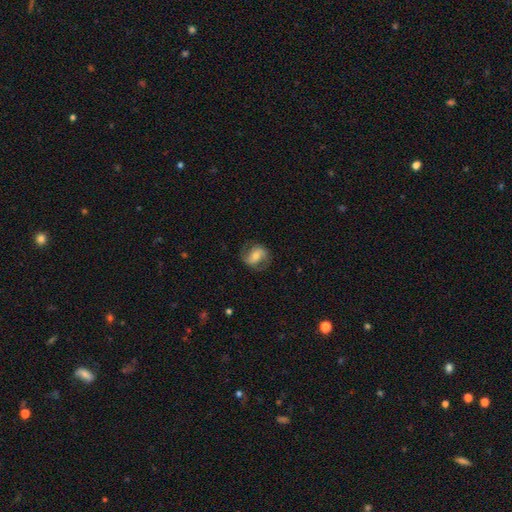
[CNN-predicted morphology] A featured or disk galaxy (63%) with a weak bar (39%), 2 (86%) medium (48%) spiral arms (86%) and a moderate central bulge (56%).

Vote fractions:
- Smooth or featured? featured or disk: 63% / smooth: 29% / star or artifact: 7%
- Edge-on disk? no: 96% / yes: 4%
- Bar? weak: 39% / no: 33% / strong: 28%
- Spiral arms? yes: 86% / no: 14%
- Spiral winding? medium: 48% / loose: 30% / tight: 22%
- Spiral arm count? 2: 86% / can't tell: 7% / 1: 3% / 3: 1% / 4: 1% / more than 4: 1%
- Bulge size? moderate: 56% / small: 34% / large: 6% / none: 2% / dominant: 1%
- Merging? none: 74% / minor disturbance: 16% / major disturbance: 9% / merger: 1%